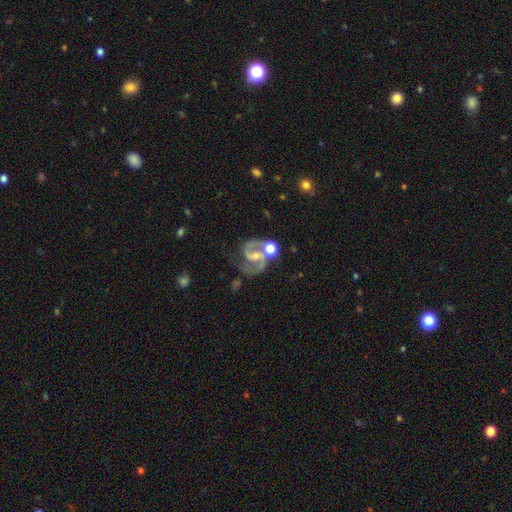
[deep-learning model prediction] A featured or disk galaxy (89%) with a weak bar (47%), 2 (92%) medium (65%) spiral arms (98%) and a small central bulge (50%). Merging: none (56%).